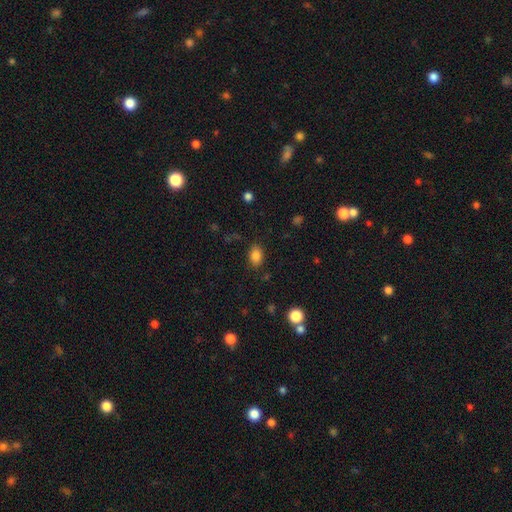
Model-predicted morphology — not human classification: smooth_or_featured: smooth (p=0.84) [alt: star or artifact p=0.10]
how_rounded: in between (p=0.78) [alt: round p=0.21]
merging: none (p=0.82) [alt: minor disturbance p=0.13]